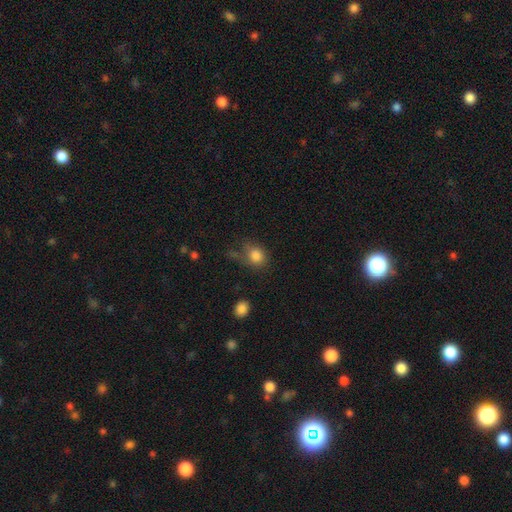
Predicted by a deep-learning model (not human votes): The model was most divided on "how rounded": round: 59%, in between: 40%, cigar-shaped: 1%. More confident: smooth or featured — smooth (82%); merging — none (52%).